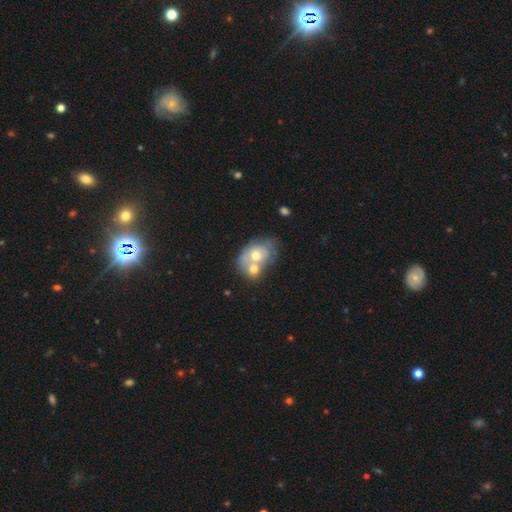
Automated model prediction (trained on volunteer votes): Smooth or featured? Predicted: smooth (p=0.53). How rounded? Predicted: in between (p=0.67). Merging? Predicted: merger (p=0.59).